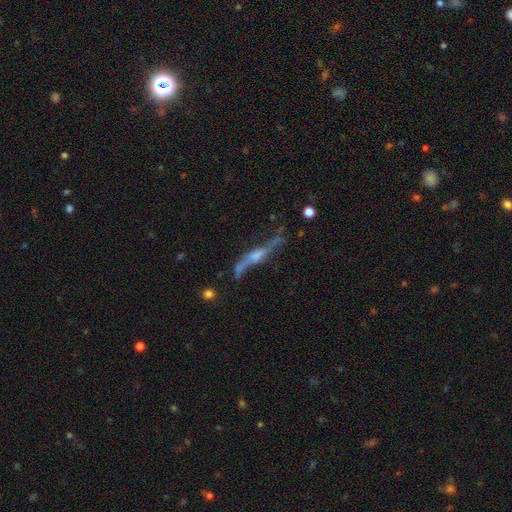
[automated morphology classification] A featured or disk galaxy (75%) viewed edge-on (75%) with a rounded central bulge (66%).

Vote fractions:
- Smooth or featured? featured or disk: 75% / smooth: 16% / star or artifact: 9%
- Edge-on disk? yes: 75% / no: 25%
- Edge-on bulge? rounded: 66% / boxy: 19% / none: 15%
- Merging? none: 53% / minor disturbance: 23% / major disturbance: 17% / merger: 7%